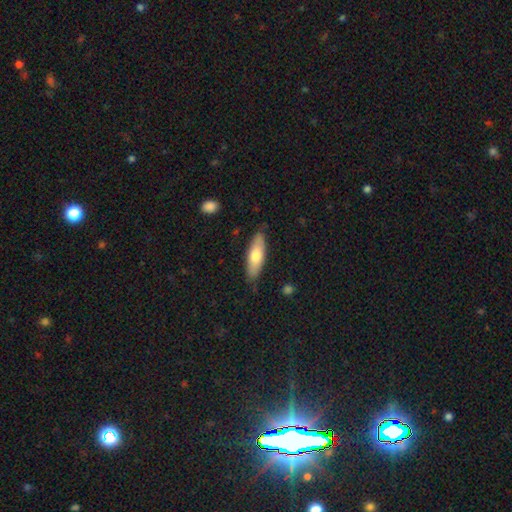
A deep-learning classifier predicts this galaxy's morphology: smooth-or-featured: smooth: 68% | featured or disk: 26% | star or artifact: 5%
  how-rounded: in between: 54% | cigar-shaped: 45% | round: 2%
  merging: none: 84% | minor disturbance: 13% | major disturbance: 2% | merger: 1%